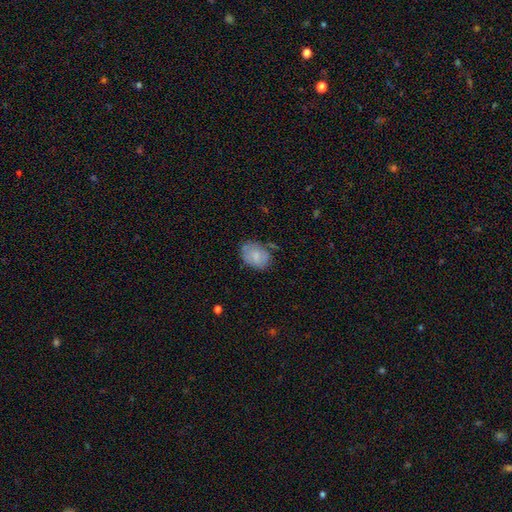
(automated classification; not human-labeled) smooth_or_featured: smooth (p=0.76) [alt: featured or disk p=0.16]
how_rounded: in between (p=0.73) [alt: round p=0.26]
merging: none (p=0.63) [alt: minor disturbance p=0.26]